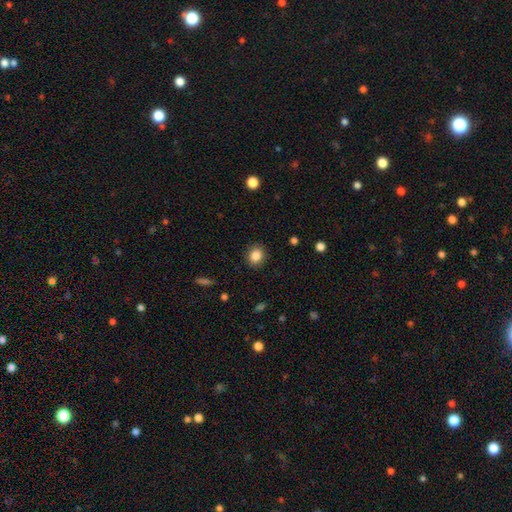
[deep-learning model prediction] A smooth galaxy with no disk features (86%) that is round (71%). Merging: none (89%).